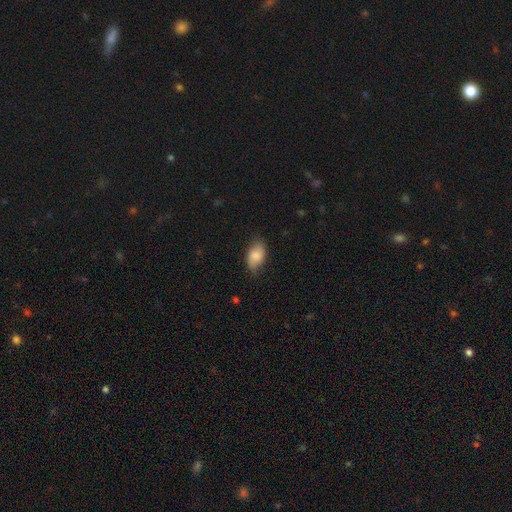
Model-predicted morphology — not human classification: Overall: smooth (80%). How rounded: in between (91%). Merging: none (71%).